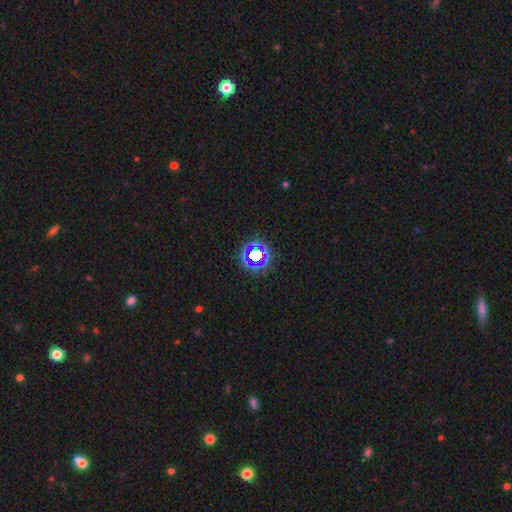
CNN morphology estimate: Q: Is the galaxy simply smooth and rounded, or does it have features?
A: star or artifact — 65%.